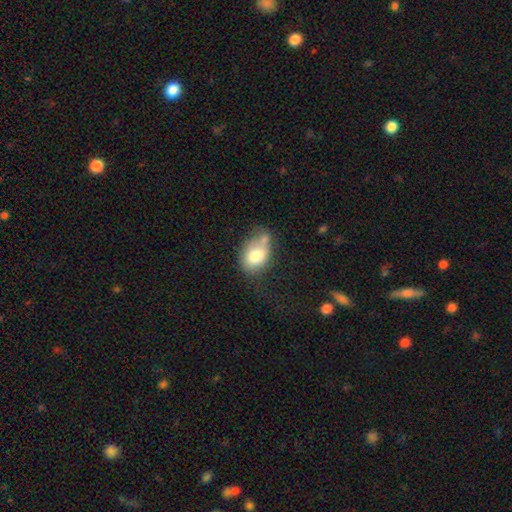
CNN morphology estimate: This appears to be a smooth galaxy with no disk features (77%) that is in between round and cigar-shaped (75%). Merging: none (37%).